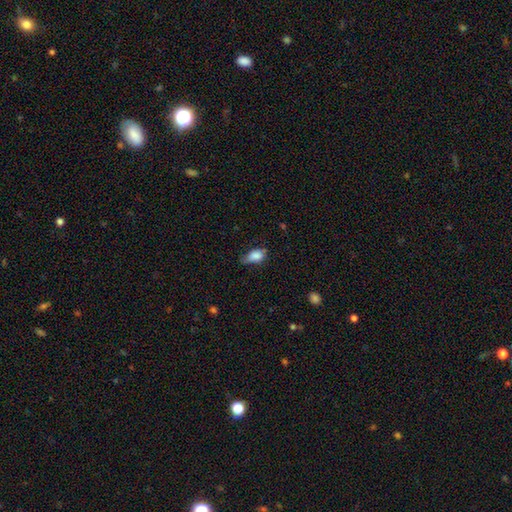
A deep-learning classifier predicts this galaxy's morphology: smooth-or-featured: smooth: 82% | featured or disk: 10% | star or artifact: 8%
  how-rounded: in between: 88% | round: 8% | cigar-shaped: 5%
  merging: none: 45% | minor disturbance: 41% | major disturbance: 12% | merger: 2%